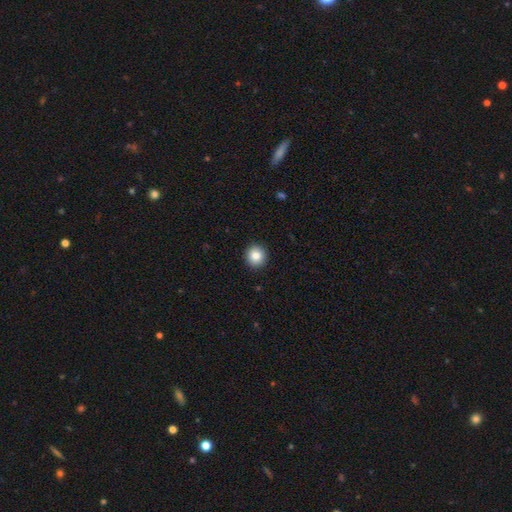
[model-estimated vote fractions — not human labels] A smooth galaxy with no disk features (84%) that is round (92%). Merging: none (93%).